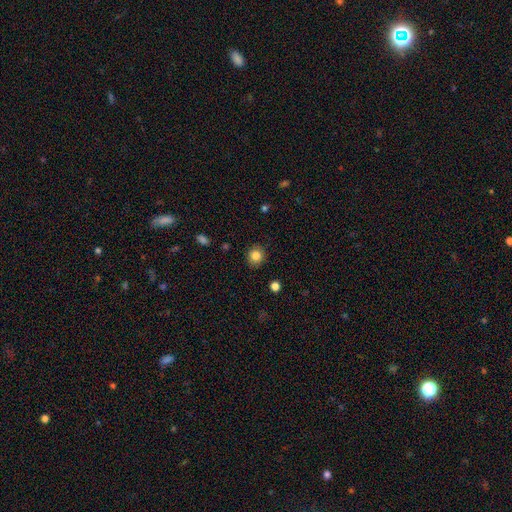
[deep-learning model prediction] A smooth galaxy with no disk features (84%) that is round (84%).

Vote fractions:
- Smooth or featured? smooth: 84% / star or artifact: 10% / featured or disk: 6%
- How rounded? round: 84% / in between: 15% / cigar-shaped: 1%
- Merging? none: 89% / minor disturbance: 8% / major disturbance: 2% / merger: 1%